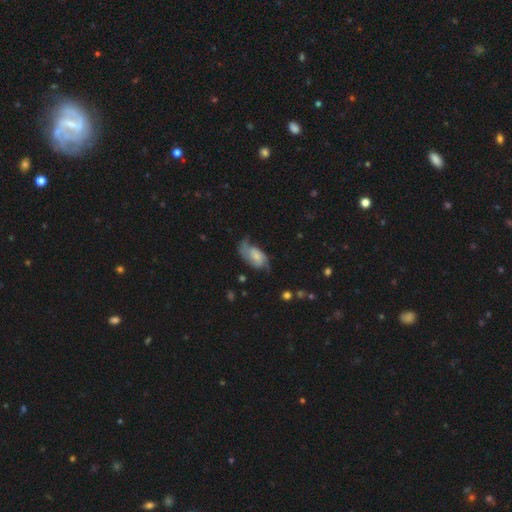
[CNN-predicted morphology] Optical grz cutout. It shows a featured or disk galaxy (64%) with no bar (59%), 2 (77%) loose (41%) spiral arms (90%) and a small central bulge (48%). Merging: none (49%).